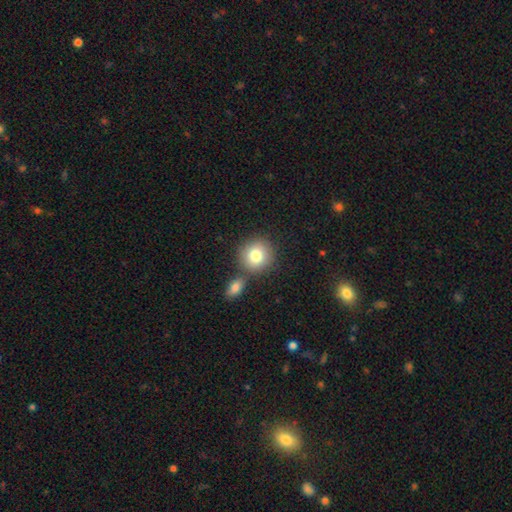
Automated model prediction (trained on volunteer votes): Smooth or featured? smooth (80%)
How rounded? round (88%)
Merging? none (66%)